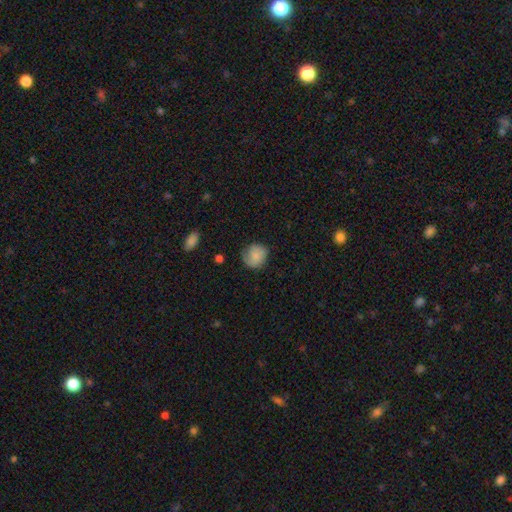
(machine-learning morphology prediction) Smooth or featured? smooth (79%)
How rounded? round (83%)
Merging? none (72%)